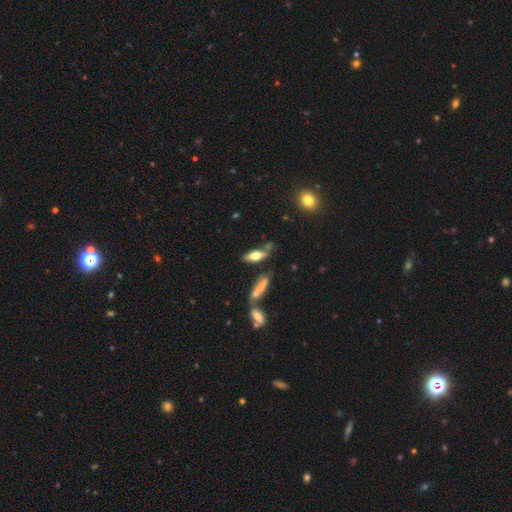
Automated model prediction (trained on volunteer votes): Q: Smooth or featured?
A: smooth (63%); runner-up: featured or disk (29%)
Q: How rounded?
A: in between (62%); runner-up: cigar-shaped (35%)
Q: Merging?
A: none (61%); runner-up: minor disturbance (18%)